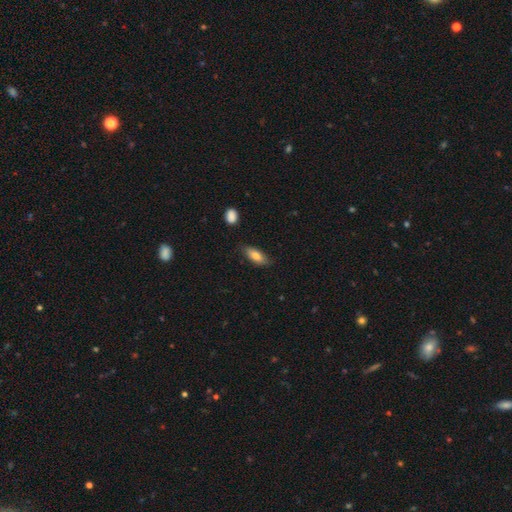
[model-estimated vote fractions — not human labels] Overall: smooth (77%). How rounded: in between (79%). Merging: none (78%).